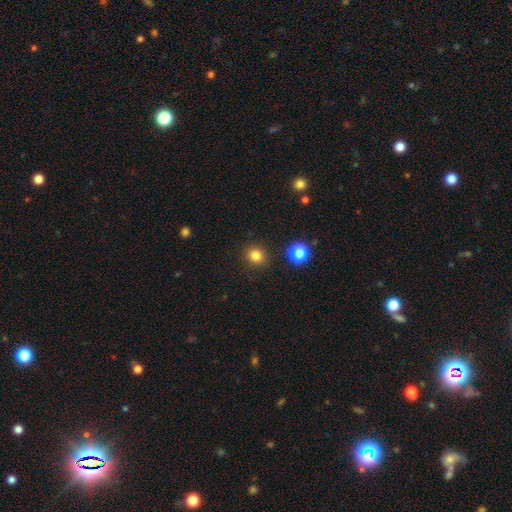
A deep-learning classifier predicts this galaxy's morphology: smooth_or_featured: smooth (p=0.82) [alt: star or artifact p=0.14]
how_rounded: round (p=0.83) [alt: in between p=0.16]
merging: none (p=0.90) [alt: minor disturbance p=0.06]